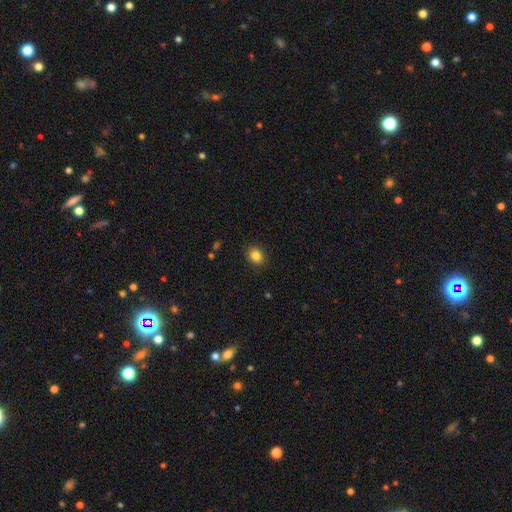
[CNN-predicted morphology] type=smooth (85%); roundness=round (61%); merging=none (90%).